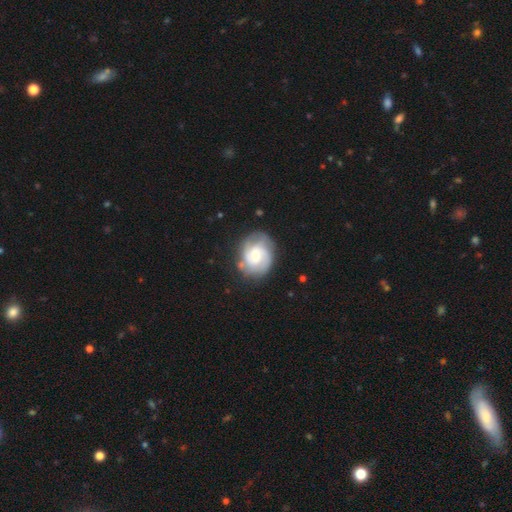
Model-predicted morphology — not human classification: Smooth or featured?
  - featured or disk: 79% *
  - smooth: 16%
  - star or artifact: 5%
Edge-on disk?
  - no: 98% *
  - yes: 2%
Bar?
  - no: 47% *
  - weak: 45%
  - strong: 8%
Spiral arms?
  - yes: 95% *
  - no: 5%
Spiral winding?
  - tight: 49% *
  - medium: 41%
  - loose: 10%
Spiral arm count?
  - 2: 50% *
  - 3: 23%
  - can't tell: 17%
  - 4: 4%
  - 1: 3%
  - more than 4: 3%
Bulge size?
  - moderate: 48% *
  - small: 41%
  - large: 7%
  - none: 3%
  - dominant: 1%
Merging?
  - none: 73% *
  - minor disturbance: 17%
  - major disturbance: 7%
  - merger: 3%